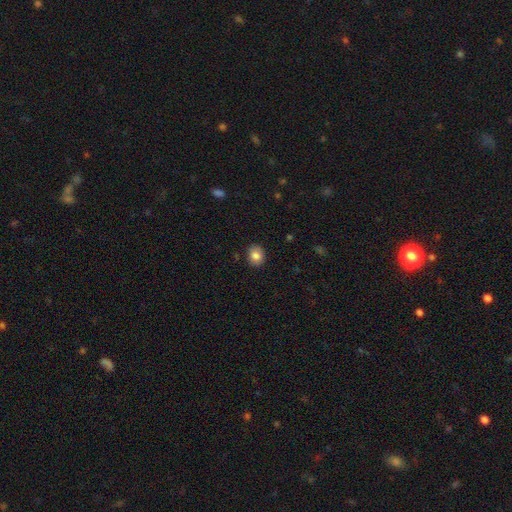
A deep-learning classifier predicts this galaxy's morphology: type=smooth (84%); roundness=round (61%); merging=none (88%).